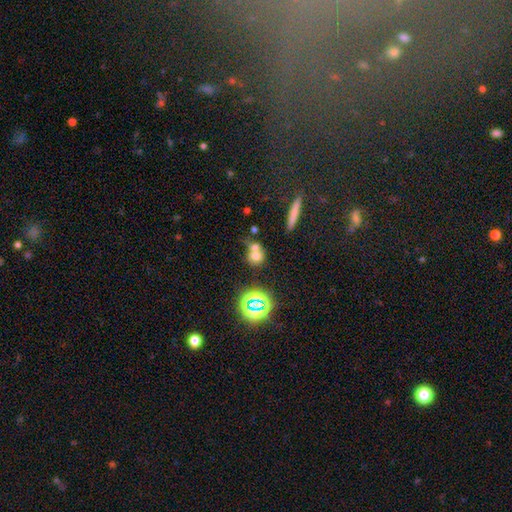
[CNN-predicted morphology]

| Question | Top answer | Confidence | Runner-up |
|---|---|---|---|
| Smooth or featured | smooth | 61% | star or artifact (23%) |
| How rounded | round | 74% | in between (23%) |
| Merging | merger | 47% | none (40%) |